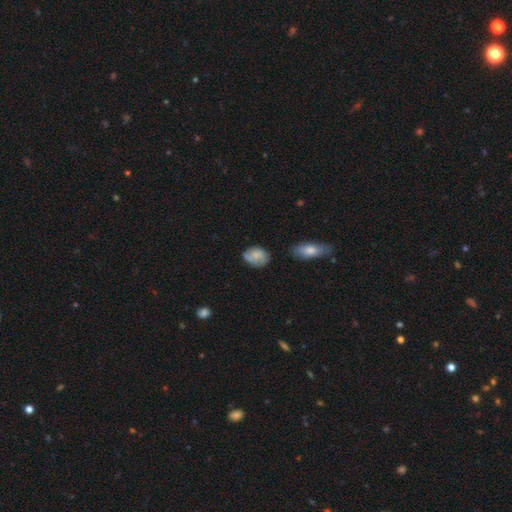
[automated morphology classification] This is likely a smooth galaxy (72%). How rounded: likely in between (68%). Merging: possibly none (59%).